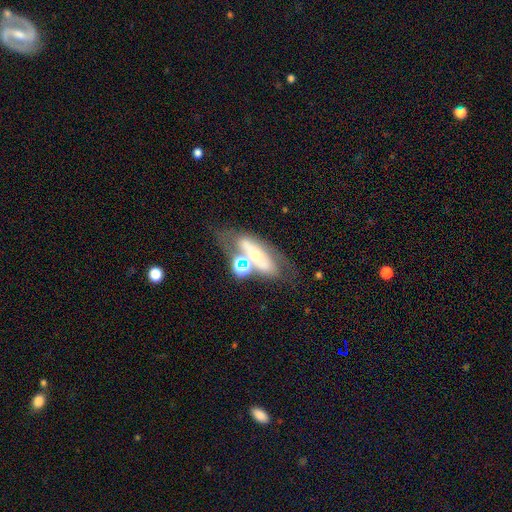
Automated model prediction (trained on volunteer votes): A featured or disk galaxy (61%).

Vote fractions:
- Smooth or featured? featured or disk: 61% / smooth: 27% / star or artifact: 12%
- Edge-on disk? no: 80% / yes: 20%
- Merging? none: 40% / merger: 25% / minor disturbance: 18% / major disturbance: 17%